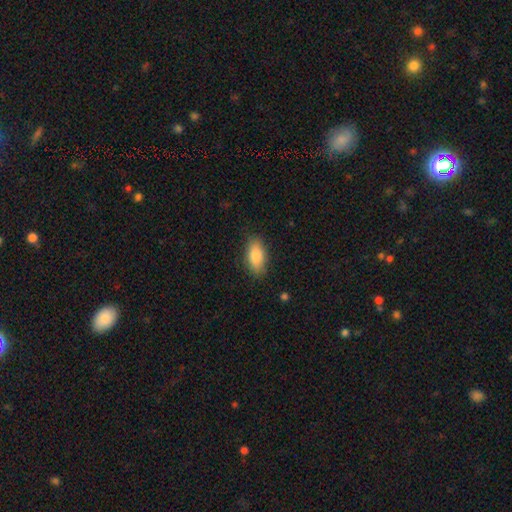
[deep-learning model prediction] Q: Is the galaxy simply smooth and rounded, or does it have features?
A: smooth — 84%.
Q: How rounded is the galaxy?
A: in between — 87%.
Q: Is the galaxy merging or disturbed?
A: none — 84%.